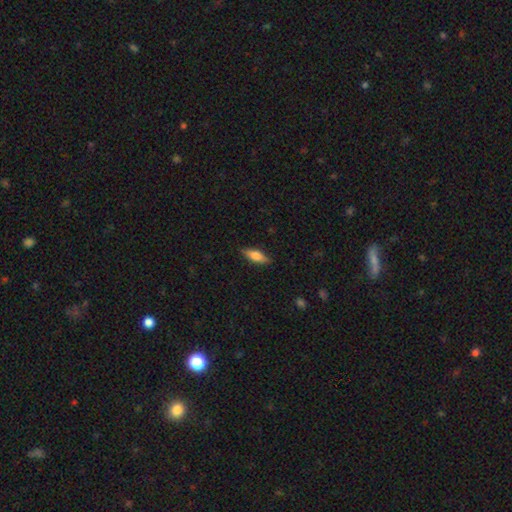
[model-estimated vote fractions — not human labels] Smooth or featured? smooth (67%)
How rounded? in between (59%)
Merging? none (85%)